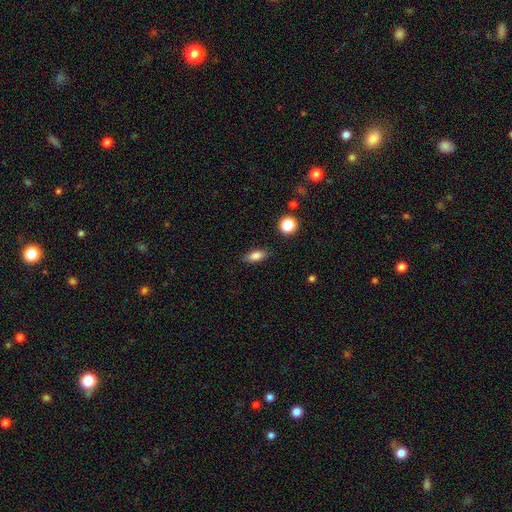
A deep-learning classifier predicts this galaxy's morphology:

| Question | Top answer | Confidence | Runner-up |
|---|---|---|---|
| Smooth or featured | smooth | 82% | featured or disk (9%) |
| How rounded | in between | 79% | cigar-shaped (16%) |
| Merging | none | 86% | minor disturbance (10%) |